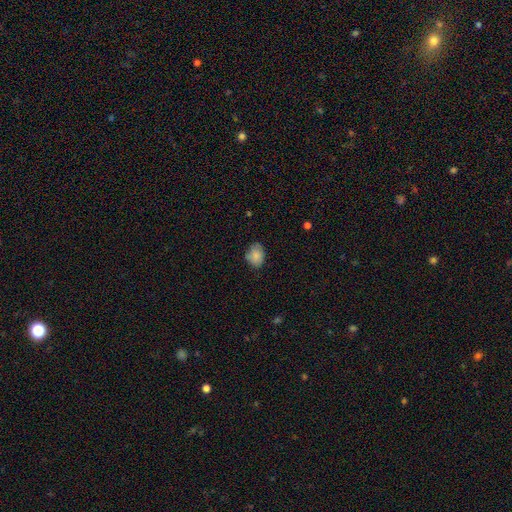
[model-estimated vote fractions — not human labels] A smooth galaxy with no disk features (85%) that is in between round and cigar-shaped (54%). Merging: none (72%).